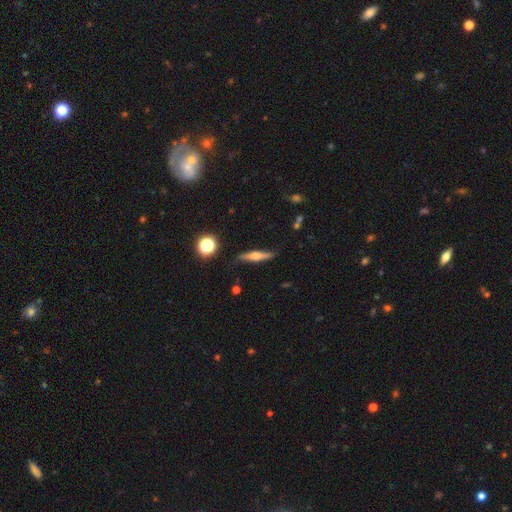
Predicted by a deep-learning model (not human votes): Smooth or featured: featured or disk — 52% (smooth — 40%)
Edge-on disk: yes — 94% (no — 6%)
Merging: none — 84% (minor disturbance — 12%)